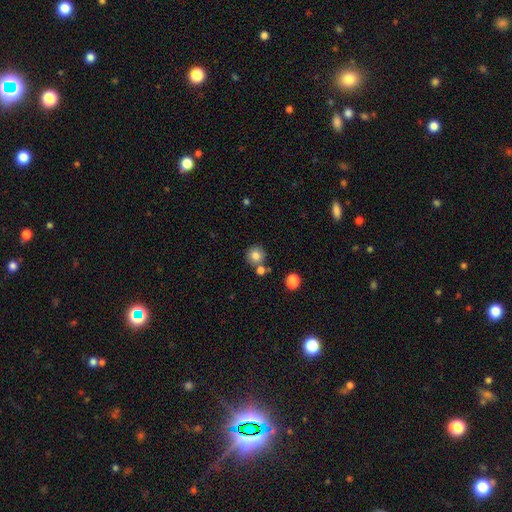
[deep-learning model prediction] This is clearly a smooth galaxy (80%). How rounded: clearly round (92%). Merging: likely none (72%).